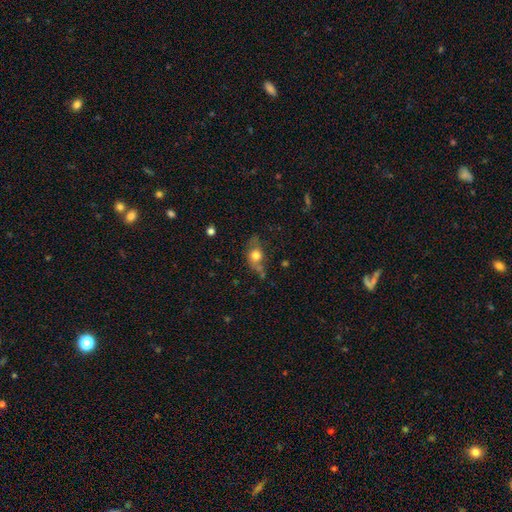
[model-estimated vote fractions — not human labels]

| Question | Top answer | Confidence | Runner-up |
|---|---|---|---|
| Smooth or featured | smooth | 65% | featured or disk (24%) |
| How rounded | in between | 57% | round (37%) |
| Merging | none | 49% | minor disturbance (27%) |